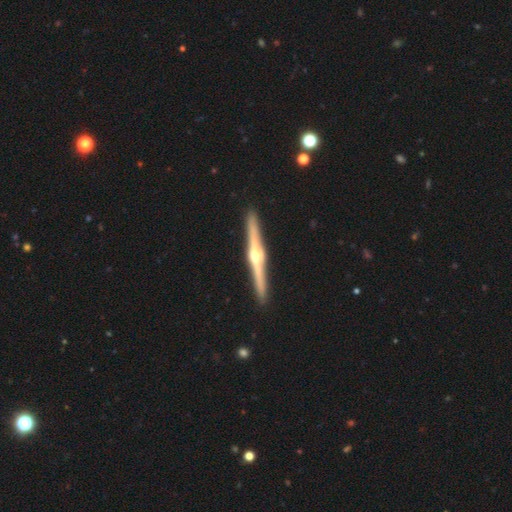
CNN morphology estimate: Smooth or featured? featured or disk (85%)
Edge-on disk? yes (99%)
Edge-on bulge? rounded (93%)
Merging? none (93%)